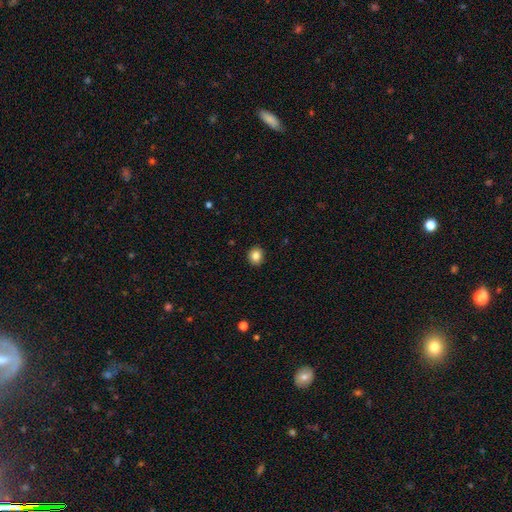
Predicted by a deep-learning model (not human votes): Smooth or featured: smooth — 85% (star or artifact — 10%)
How rounded: round — 79% (in between — 20%)
Merging: none — 92% (minor disturbance — 5%)